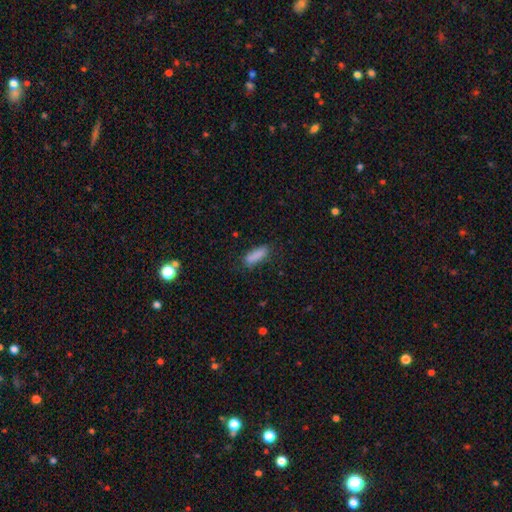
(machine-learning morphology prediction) This appears to be a smooth galaxy with no disk features (85%) that is in between round and cigar-shaped (56%). Merging: none (73%).